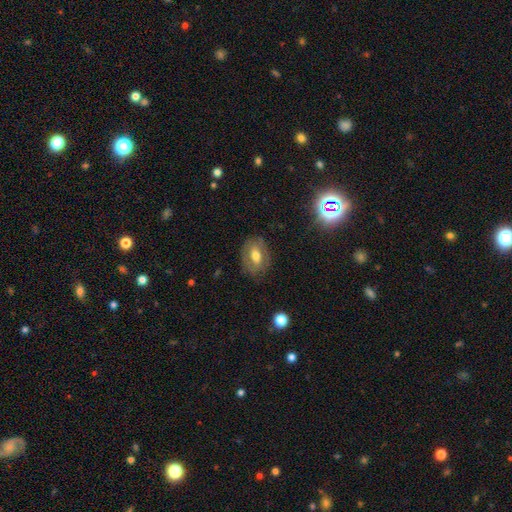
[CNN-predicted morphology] Smooth or featured? smooth (50%)
Merging? none (75%)